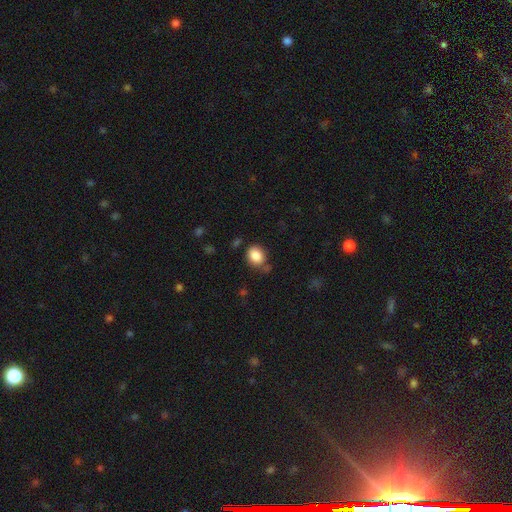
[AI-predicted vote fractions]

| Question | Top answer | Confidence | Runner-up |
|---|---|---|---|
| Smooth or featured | smooth | 86% | star or artifact (9%) |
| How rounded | round | 51% | in between (48%) |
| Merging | none | 73% | minor disturbance (16%) |